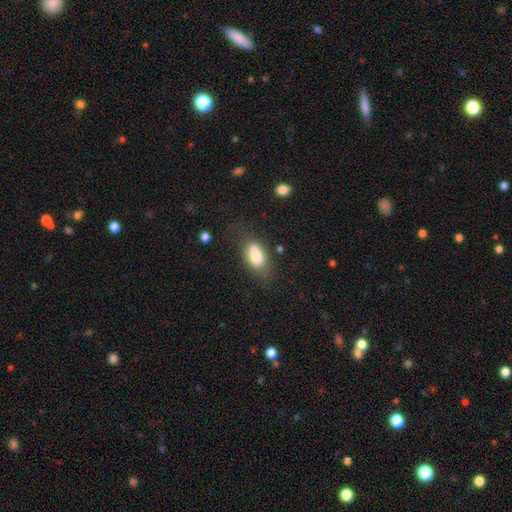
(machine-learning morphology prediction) Smooth or featured: smooth — 76% (featured or disk — 16%)
How rounded: in between — 84% (cigar-shaped — 12%)
Merging: none — 57% (minor disturbance — 26%)